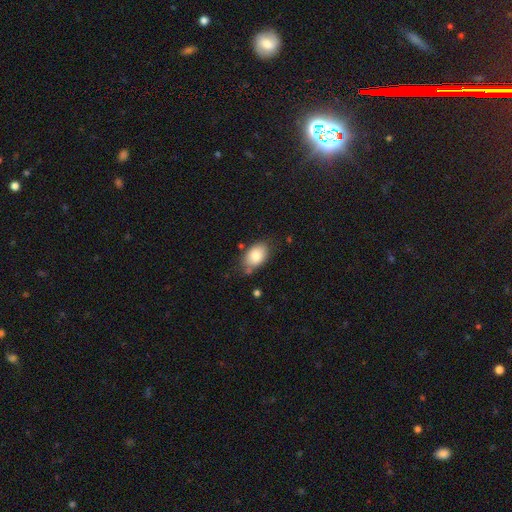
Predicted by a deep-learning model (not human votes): A smooth galaxy with no disk features (84%) that is in between round and cigar-shaped (88%).

Vote fractions:
- Smooth or featured? smooth: 84% / featured or disk: 9% / star or artifact: 7%
- How rounded? in between: 88% / round: 11% / cigar-shaped: 1%
- Merging? none: 73% / minor disturbance: 19% / merger: 4% / major disturbance: 4%